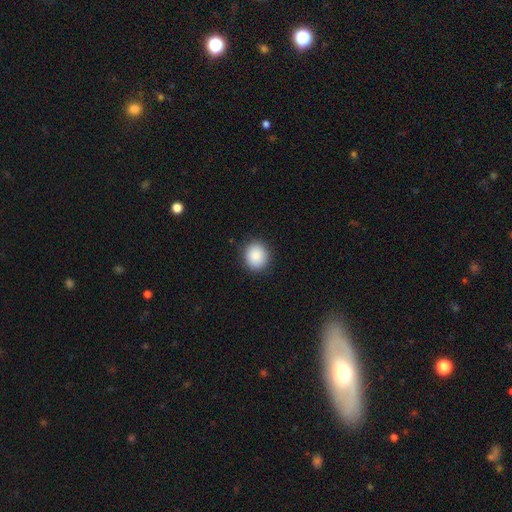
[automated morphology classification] A smooth galaxy with no disk features (89%) that is round (80%).

Vote fractions:
- Smooth or featured? smooth: 89% / star or artifact: 8% / featured or disk: 4%
- How rounded? round: 80% / in between: 19% / cigar-shaped: 1%
- Merging? none: 89% / minor disturbance: 8% / major disturbance: 2% / merger: 1%